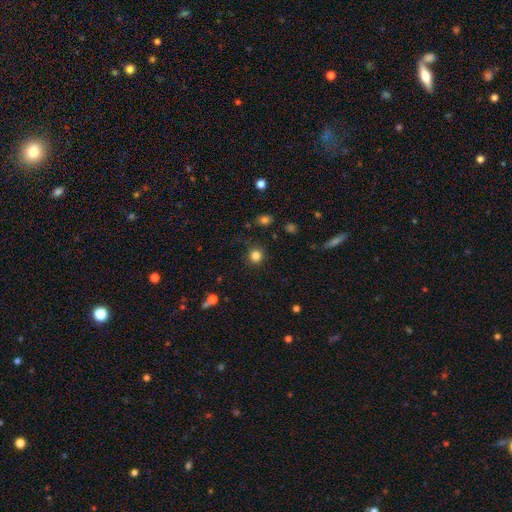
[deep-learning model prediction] Smooth or featured?
  - smooth: 83% *
  - star or artifact: 12%
  - featured or disk: 5%
How rounded?
  - round: 92% *
  - in between: 7%
  - cigar-shaped: 1%
Merging?
  - none: 88% *
  - minor disturbance: 8%
  - major disturbance: 3%
  - merger: 2%